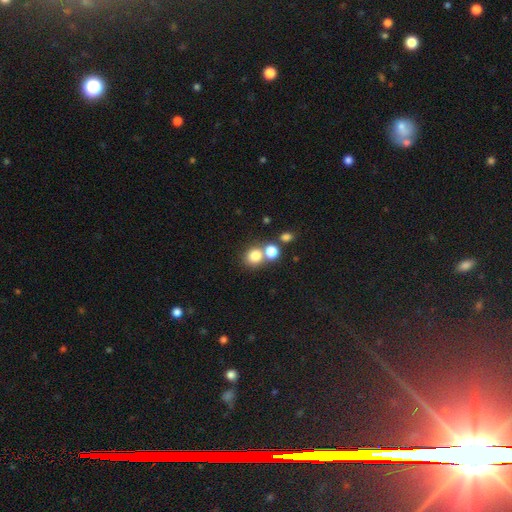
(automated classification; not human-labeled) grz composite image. It shows a smooth galaxy with no disk features (79%) that is round (82%). Merging: none (53%).